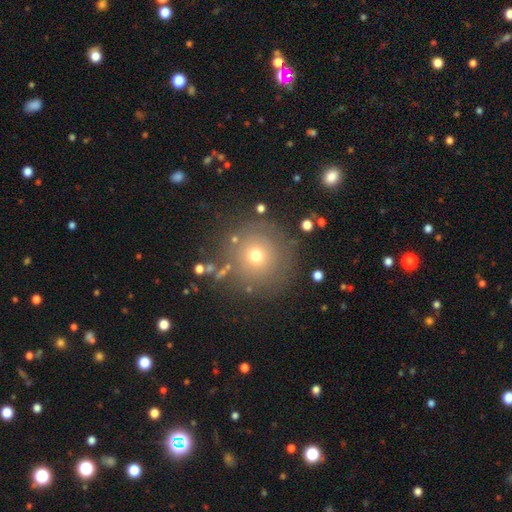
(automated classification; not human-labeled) Smooth or featured? smooth (66%)
How rounded? round (94%)
Merging? none (81%)